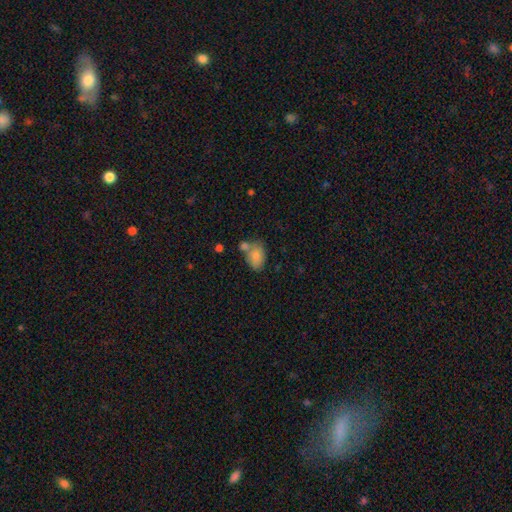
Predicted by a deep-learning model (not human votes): Smooth or featured? Predicted: smooth (p=0.82). How rounded? Predicted: in between (p=0.84). Merging? Predicted: none (p=0.46).